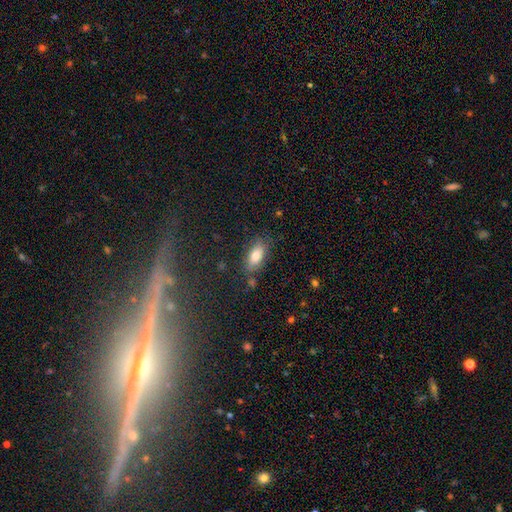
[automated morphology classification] Q: Smooth or featured?
A: smooth (76%); runner-up: featured or disk (15%)
Q: How rounded?
A: in between (85%); runner-up: cigar-shaped (11%)
Q: Merging?
A: none (77%); runner-up: minor disturbance (16%)